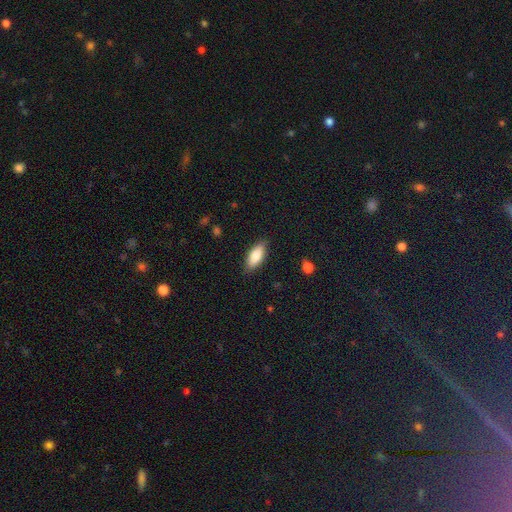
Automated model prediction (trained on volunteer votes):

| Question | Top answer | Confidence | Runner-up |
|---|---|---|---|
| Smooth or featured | smooth | 81% | featured or disk (12%) |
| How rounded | in between | 82% | cigar-shaped (16%) |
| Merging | none | 85% | minor disturbance (11%) |